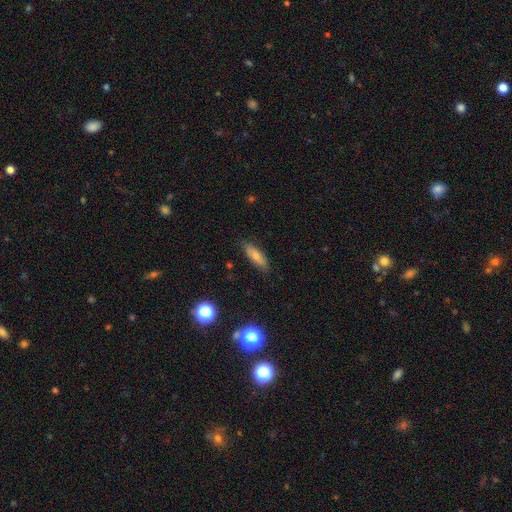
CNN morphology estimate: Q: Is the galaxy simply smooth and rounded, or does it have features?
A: smooth — 72%.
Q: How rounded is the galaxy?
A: in between — 56%.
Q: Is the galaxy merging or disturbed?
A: none — 82%.